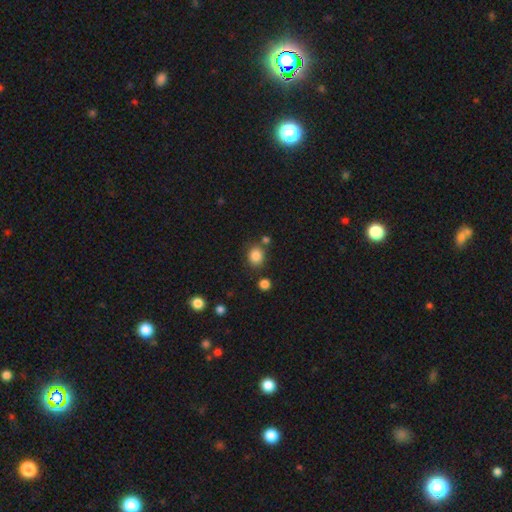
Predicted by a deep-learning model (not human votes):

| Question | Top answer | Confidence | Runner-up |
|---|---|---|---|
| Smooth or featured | smooth | 85% | star or artifact (11%) |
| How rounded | round | 71% | in between (28%) |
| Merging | none | 77% | minor disturbance (11%) |